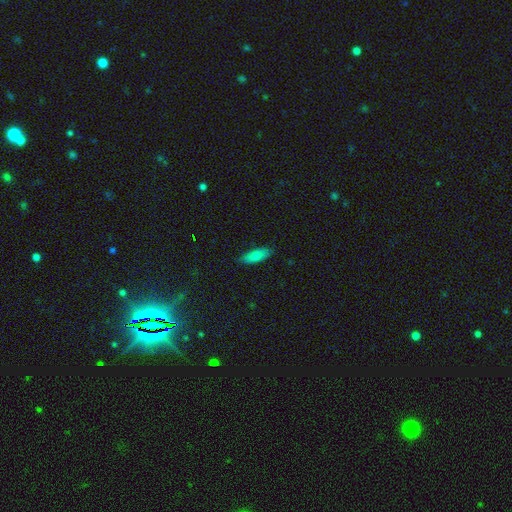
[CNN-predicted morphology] A smooth galaxy with no disk features (77%) that is in between round and cigar-shaped (61%).

Vote fractions:
- Smooth or featured? smooth: 77% / featured or disk: 16% / star or artifact: 7%
- How rounded? in between: 61% / cigar-shaped: 37% / round: 2%
- Merging? none: 86% / minor disturbance: 11% / major disturbance: 2% / merger: 1%